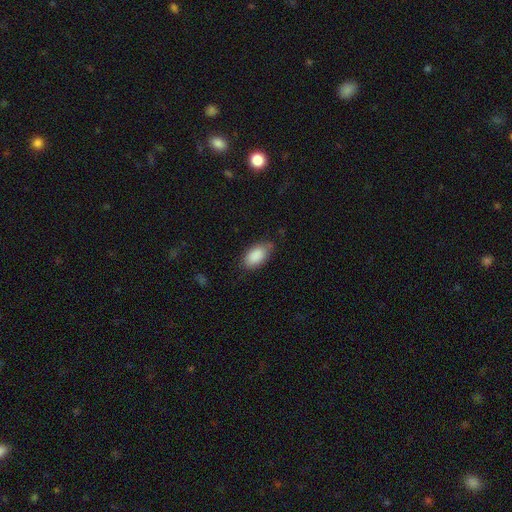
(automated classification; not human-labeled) The model was most divided on "merging": none: 73%, minor disturbance: 21%, major disturbance: 4%, merger: 2%. More confident: how rounded — in between (94%); smooth or featured — smooth (89%).